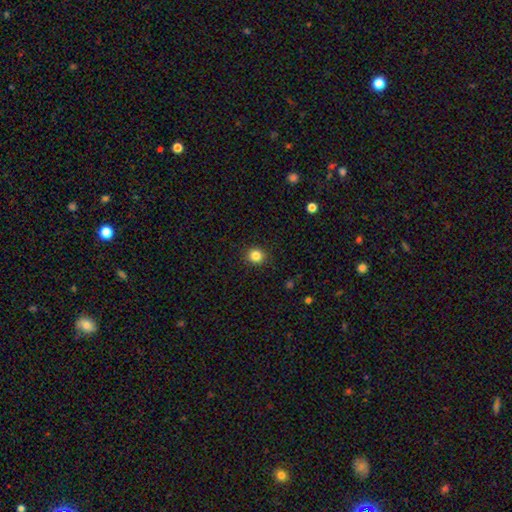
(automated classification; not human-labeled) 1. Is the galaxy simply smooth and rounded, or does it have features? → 85% smooth, 11% star or artifact, 4% featured or disk.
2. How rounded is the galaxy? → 91% round, 8% in between, 1% cigar-shaped.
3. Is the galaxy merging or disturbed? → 91% none, 6% minor disturbance, 2% major disturbance, 1% merger.